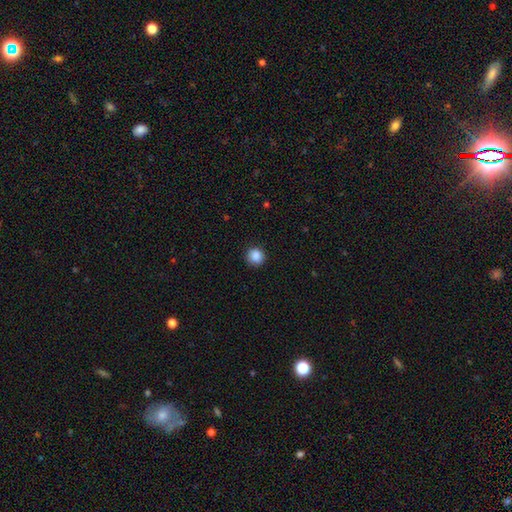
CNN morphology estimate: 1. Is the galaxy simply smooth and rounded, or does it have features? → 88% smooth, 9% star or artifact, 3% featured or disk.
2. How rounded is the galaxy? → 93% round, 6% in between, 1% cigar-shaped.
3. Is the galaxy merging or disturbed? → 90% none, 7% minor disturbance, 2% major disturbance, 1% merger.